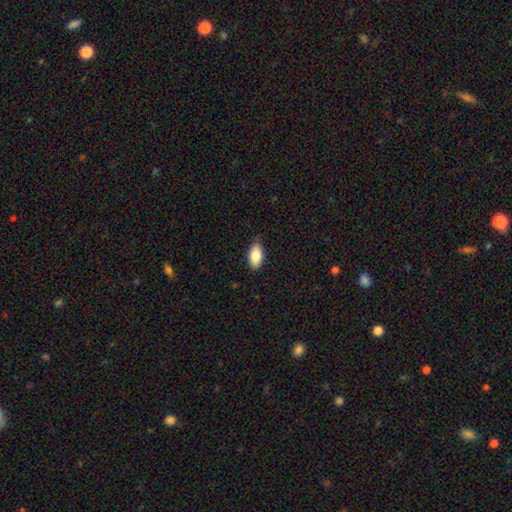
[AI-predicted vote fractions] smooth_or_featured: smooth (p=0.83) [alt: featured or disk p=0.10]
how_rounded: in between (p=0.92) [alt: round p=0.04]
merging: none (p=0.77) [alt: minor disturbance p=0.20]